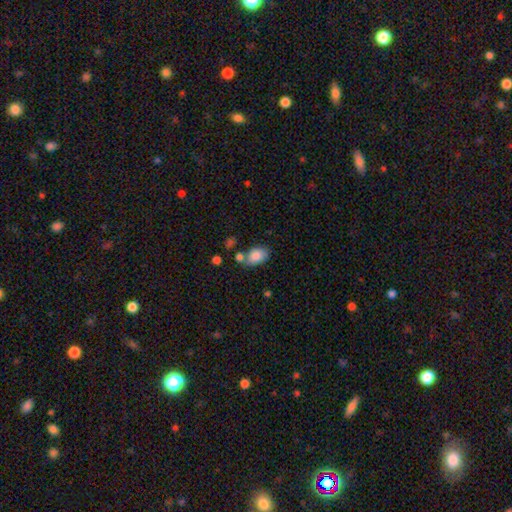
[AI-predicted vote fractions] A smooth galaxy with no disk features (85%) that is in between round and cigar-shaped (87%).

Vote fractions:
- Smooth or featured? smooth: 85% / featured or disk: 8% / star or artifact: 7%
- How rounded? in between: 87% / round: 11% / cigar-shaped: 1%
- Merging? none: 61% / minor disturbance: 17% / merger: 16% / major disturbance: 5%